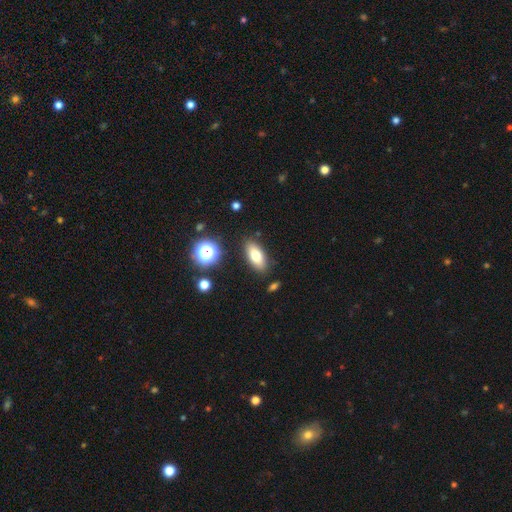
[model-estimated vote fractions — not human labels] A smooth galaxy with no disk features (74%) that is in between round and cigar-shaped (81%). Merging: none (86%).